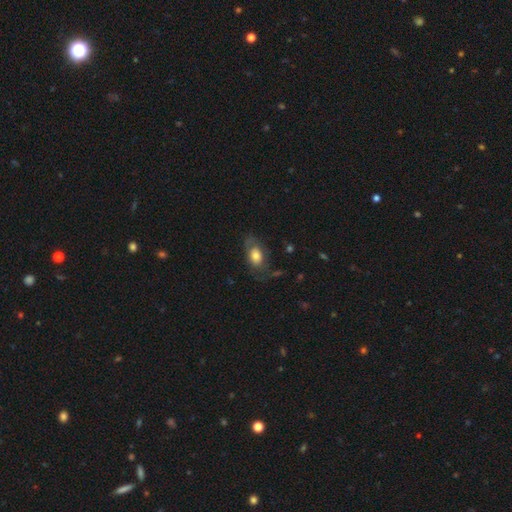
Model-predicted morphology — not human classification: A smooth galaxy with no disk features (65%) that is in between round and cigar-shaped (85%). Merging: none (58%).